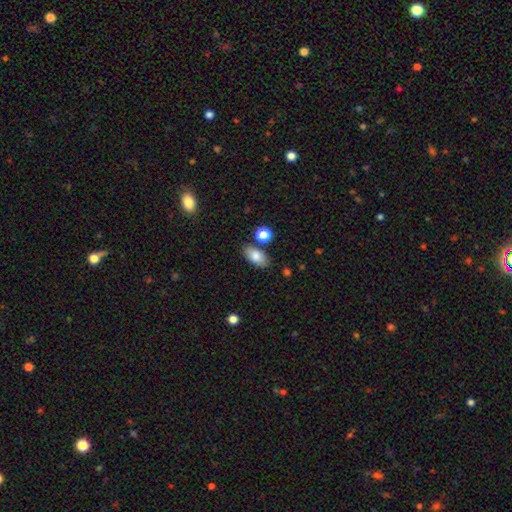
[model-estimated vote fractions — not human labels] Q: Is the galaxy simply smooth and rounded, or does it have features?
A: smooth — 81%.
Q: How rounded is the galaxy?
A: in between — 90%.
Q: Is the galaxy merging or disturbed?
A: none — 80%.